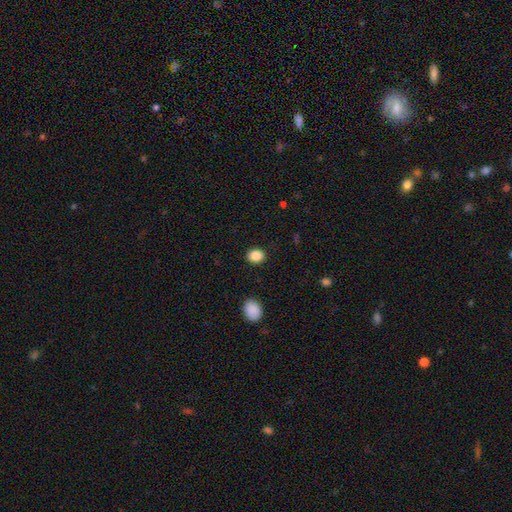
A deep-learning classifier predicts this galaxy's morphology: A smooth galaxy with no disk features (87%) that is round (52%).

Vote fractions:
- Smooth or featured? smooth: 87% / star or artifact: 9% / featured or disk: 3%
- How rounded? round: 52% / in between: 47% / cigar-shaped: 1%
- Merging? none: 89% / minor disturbance: 7% / major disturbance: 2% / merger: 1%